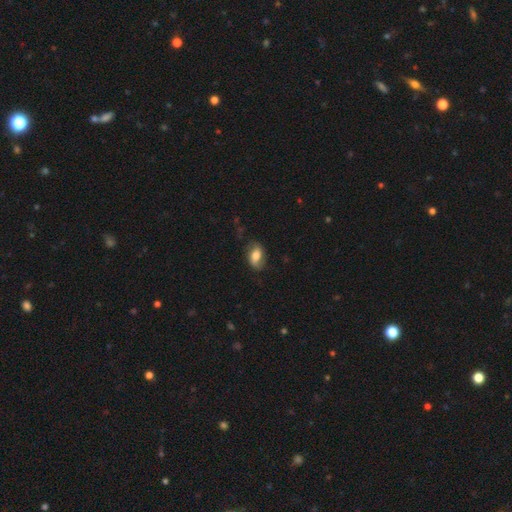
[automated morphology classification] smooth_or_featured: smooth (p=0.62) [alt: featured or disk p=0.31]
how_rounded: in between (p=0.87) [alt: round p=0.10]
merging: none (p=0.71) [alt: minor disturbance p=0.21]